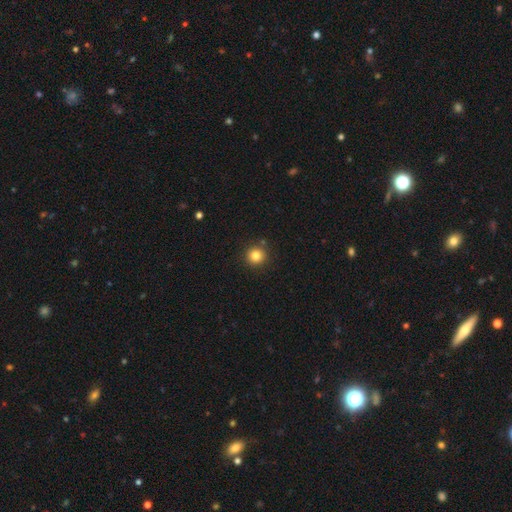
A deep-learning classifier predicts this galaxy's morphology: Smooth or featured? Predicted: smooth (p=0.82). How rounded? Predicted: round (p=0.95). Merging? Predicted: none (p=0.88).